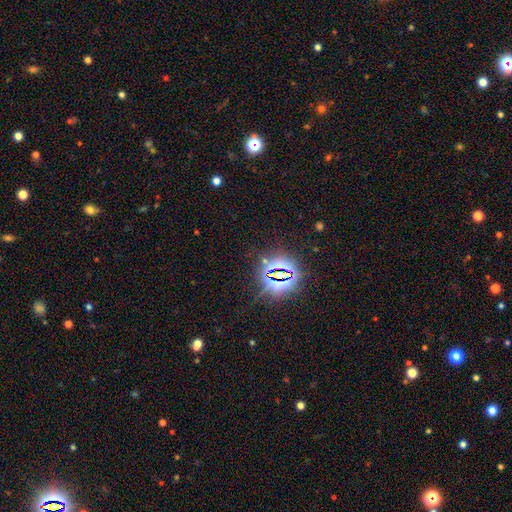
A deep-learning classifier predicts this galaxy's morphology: Overall: star or artifact (82%).